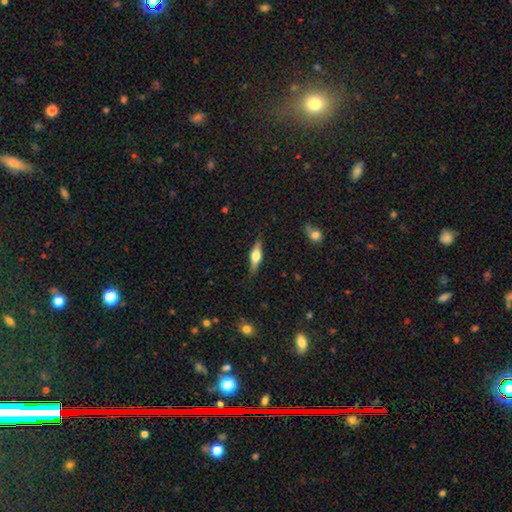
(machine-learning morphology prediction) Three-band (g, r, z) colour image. It shows a featured or disk galaxy (57%) viewed edge-on (94%) with a rounded central bulge (90%). Merging: none (84%).